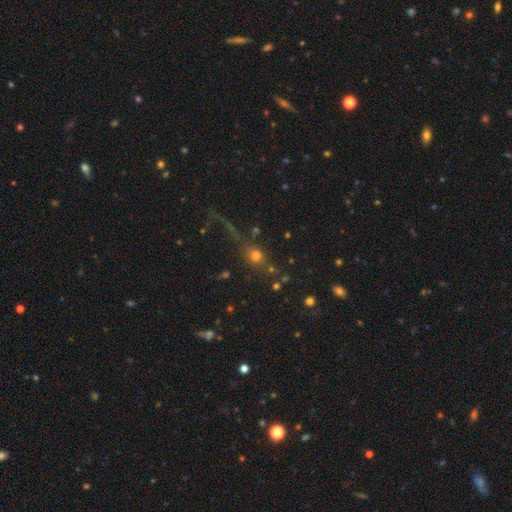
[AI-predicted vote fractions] A smooth galaxy with no disk features (65%) that is round (74%). Merging: none (58%).